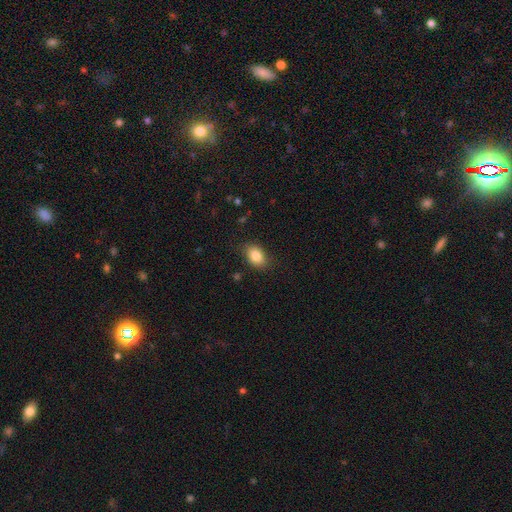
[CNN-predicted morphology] smooth-or-featured: smooth: 85% | star or artifact: 8% | featured or disk: 7%
  how-rounded: in between: 80% | round: 19% | cigar-shaped: 1%
  merging: none: 84% | minor disturbance: 12% | major disturbance: 3% | merger: 1%